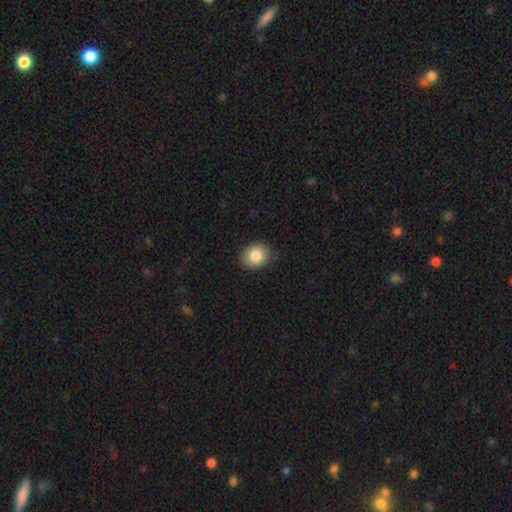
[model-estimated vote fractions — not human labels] smooth_or_featured: smooth (p=0.84) [alt: star or artifact p=0.08]
how_rounded: round (p=0.52) [alt: in between p=0.47]
merging: none (p=0.78) [alt: minor disturbance p=0.18]